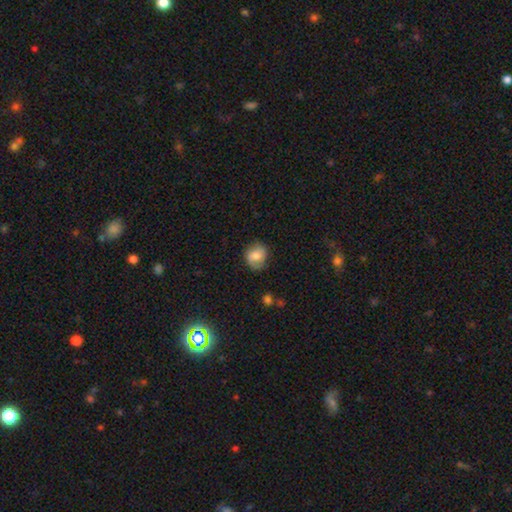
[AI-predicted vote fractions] A smooth galaxy with no disk features (65%) that is round (74%).

Vote fractions:
- Smooth or featured? smooth: 65% / featured or disk: 26% / star or artifact: 8%
- How rounded? round: 74% / in between: 25% / cigar-shaped: 1%
- Merging? none: 73% / minor disturbance: 20% / major disturbance: 5% / merger: 1%